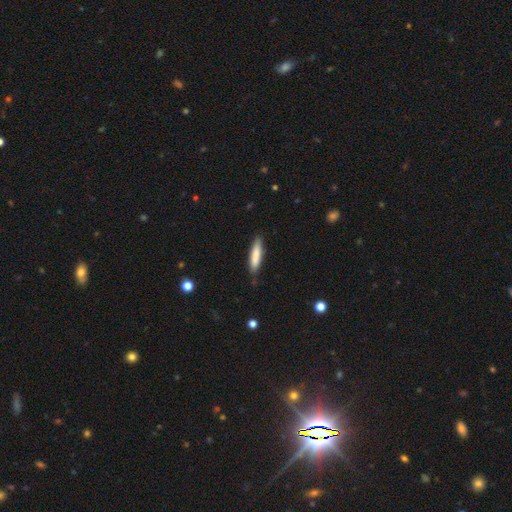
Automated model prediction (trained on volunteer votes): smooth-or-featured: smooth: 80% | featured or disk: 14% | star or artifact: 6%
  how-rounded: cigar-shaped: 82% | in between: 17% | round: 1%
  merging: none: 84% | minor disturbance: 12% | major disturbance: 2% | merger: 1%